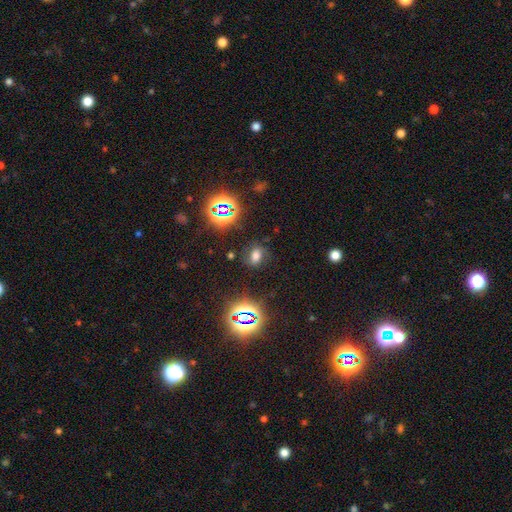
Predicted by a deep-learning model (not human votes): This is possibly a smooth galaxy (54%). How rounded: likely in between (72%). Merging: likely none (75%).